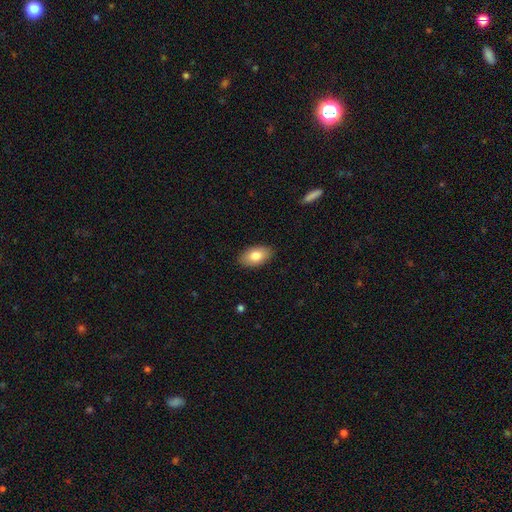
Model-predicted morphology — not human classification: smooth_or_featured: smooth (p=0.81) [alt: featured or disk p=0.12]
how_rounded: in between (p=0.93) [alt: round p=0.05]
merging: none (p=0.88) [alt: minor disturbance p=0.09]